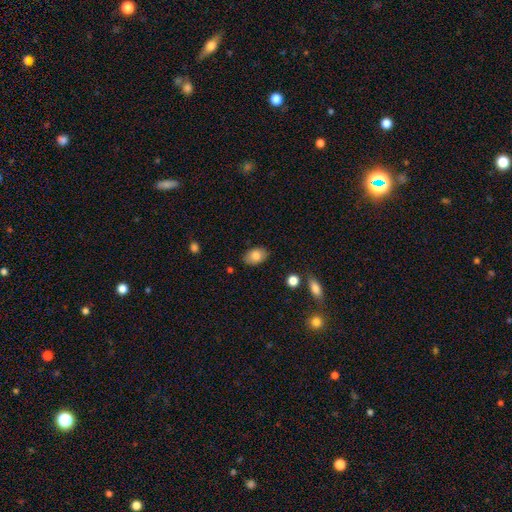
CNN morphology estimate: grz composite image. It shows a smooth galaxy with no disk features (83%) that is in between round and cigar-shaped (88%). Merging: none (84%).